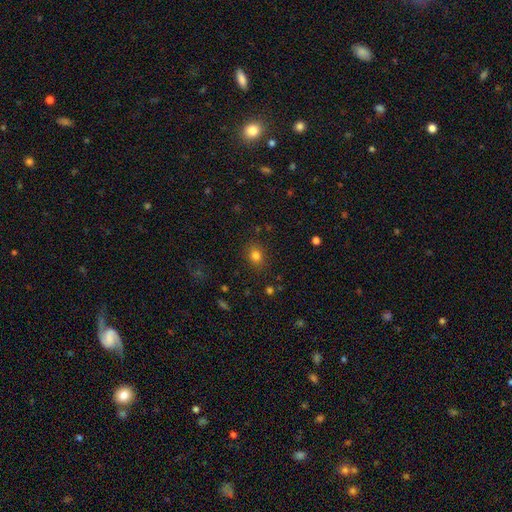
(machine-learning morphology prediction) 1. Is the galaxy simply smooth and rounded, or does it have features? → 80% smooth, 13% star or artifact, 6% featured or disk.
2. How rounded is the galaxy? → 60% round, 39% in between, 1% cigar-shaped.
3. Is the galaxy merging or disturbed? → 85% none, 10% minor disturbance, 3% major disturbance, 1% merger.